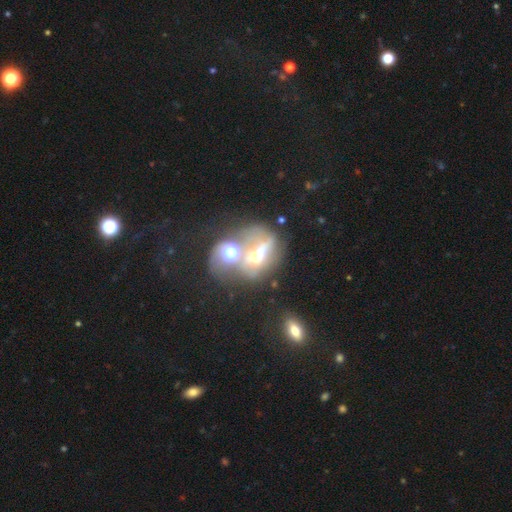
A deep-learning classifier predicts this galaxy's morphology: featured or disk 51%, smooth 31%, star or artifact 17%. Down the decision tree: edge-on disk — no (85%); merging — merger (50%).